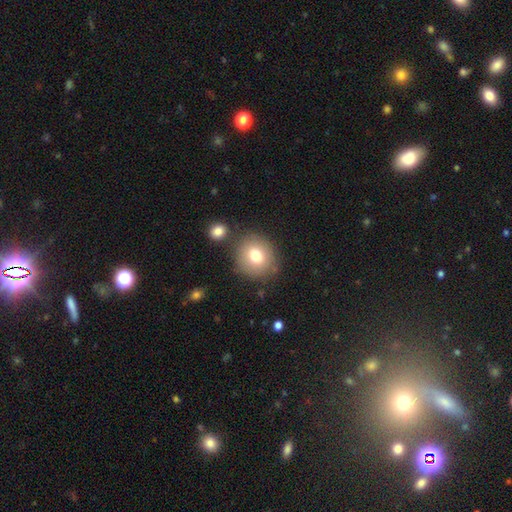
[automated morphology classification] This appears to be a smooth galaxy with no disk features (75%) that is round (82%). Merging: none (77%).